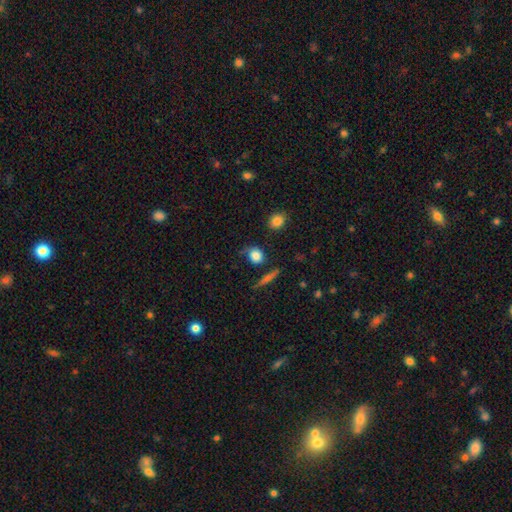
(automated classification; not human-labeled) Morphology: type=smooth (77%); roundness=round (76%); merging=none (62%).